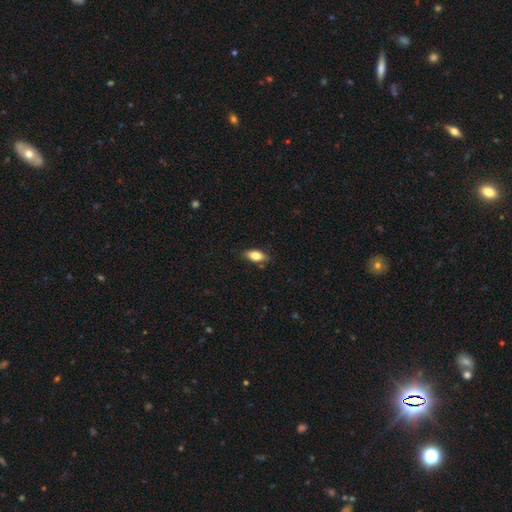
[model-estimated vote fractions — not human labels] Smooth or featured? smooth (79%)
How rounded? in between (85%)
Merging? none (81%)